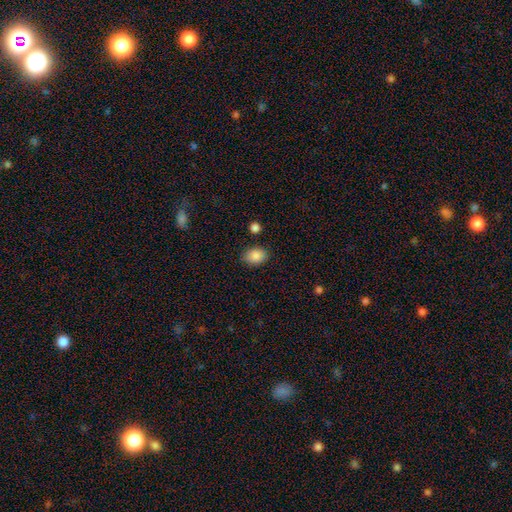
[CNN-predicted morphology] Smooth or featured? smooth (87%)
How rounded? in between (73%)
Merging? none (84%)